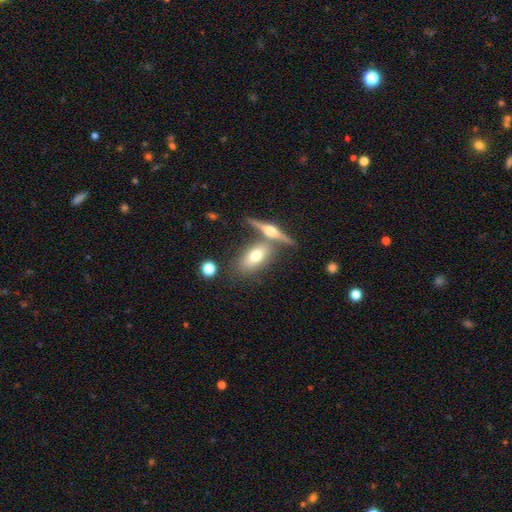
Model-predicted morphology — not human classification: Smooth or featured?
  - smooth: 59% *
  - featured or disk: 33%
  - star or artifact: 8%
How rounded?
  - in between: 80% *
  - cigar-shaped: 12%
  - round: 7%
Merging?
  - none: 56% *
  - merger: 29%
  - minor disturbance: 11%
  - major disturbance: 4%